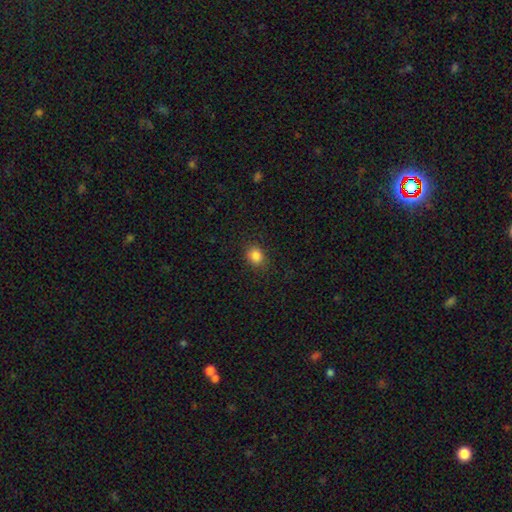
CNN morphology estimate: smooth_or_featured: smooth (p=0.85) [alt: star or artifact p=0.11]
how_rounded: round (p=0.63) [alt: in between p=0.36]
merging: none (p=0.87) [alt: minor disturbance p=0.09]